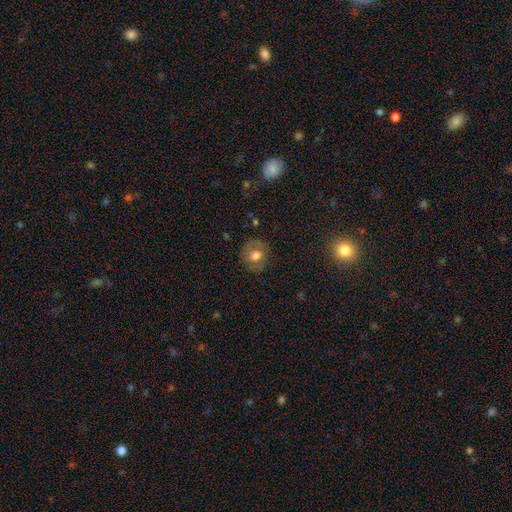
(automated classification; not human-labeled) This is likely a smooth galaxy (64%). How rounded: clearly round (83%). Merging: clearly none (80%).